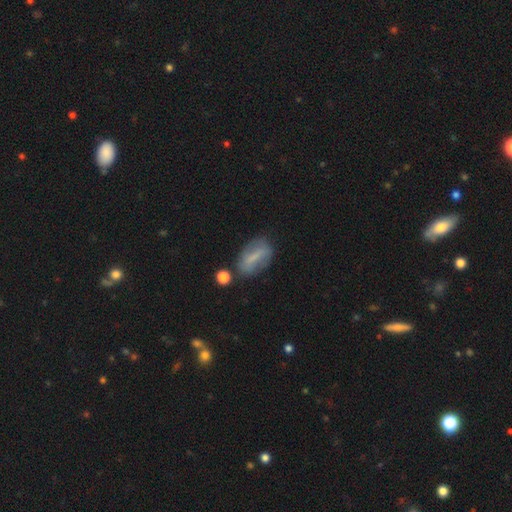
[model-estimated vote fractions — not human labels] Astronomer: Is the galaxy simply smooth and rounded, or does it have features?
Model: smooth — 56% (runner-up: featured or disk, 36%).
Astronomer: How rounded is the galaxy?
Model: in between — 81%.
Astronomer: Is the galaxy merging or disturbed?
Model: none — 64%.